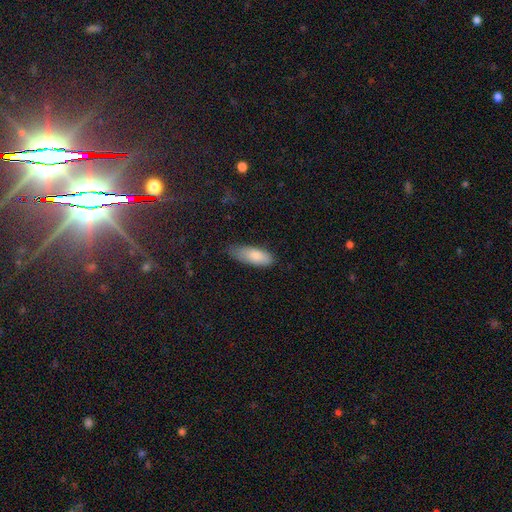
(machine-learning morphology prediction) A smooth galaxy with no disk features (82%) that is in between round and cigar-shaped (74%).

Vote fractions:
- Smooth or featured? smooth: 82% / featured or disk: 12% / star or artifact: 7%
- How rounded? in between: 74% / cigar-shaped: 24% / round: 2%
- Merging? none: 60% / minor disturbance: 32% / major disturbance: 6% / merger: 2%